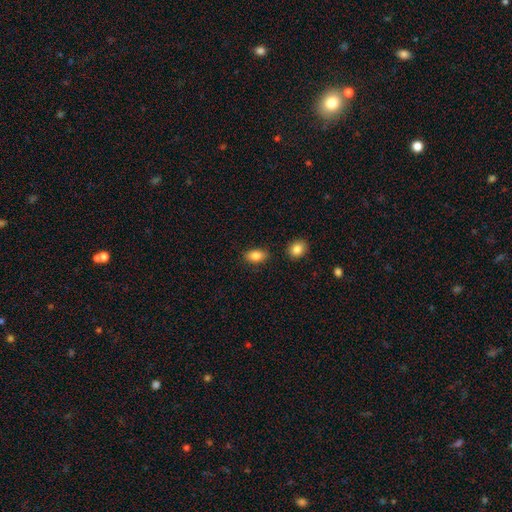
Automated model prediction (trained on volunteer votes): Smooth or featured?
  - smooth: 85% *
  - star or artifact: 8%
  - featured or disk: 7%
How rounded?
  - in between: 89% *
  - round: 8%
  - cigar-shaped: 3%
Merging?
  - none: 84% *
  - minor disturbance: 10%
  - merger: 4%
  - major disturbance: 2%